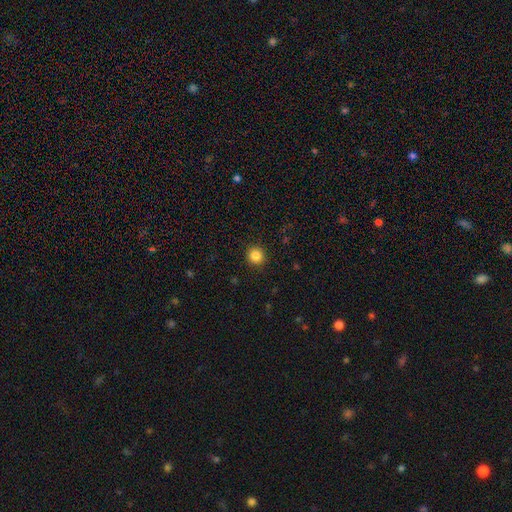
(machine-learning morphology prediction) Smooth or featured? Predicted: smooth (p=0.85). How rounded? Predicted: round (p=0.92). Merging? Predicted: none (p=0.92).